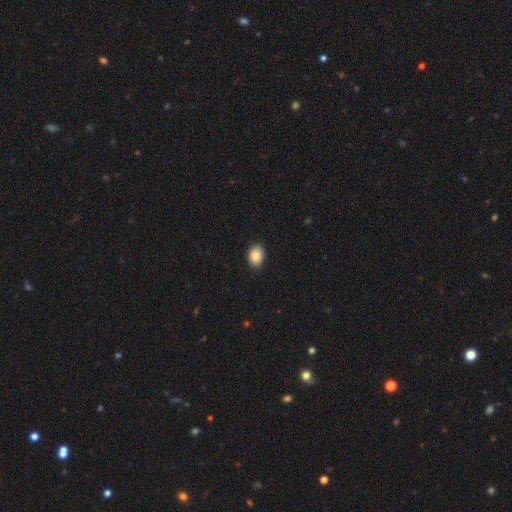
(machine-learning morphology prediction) smooth_or_featured: smooth (p=0.87) [alt: star or artifact p=0.08]
how_rounded: in between (p=0.76) [alt: round p=0.23]
merging: none (p=0.89) [alt: minor disturbance p=0.08]